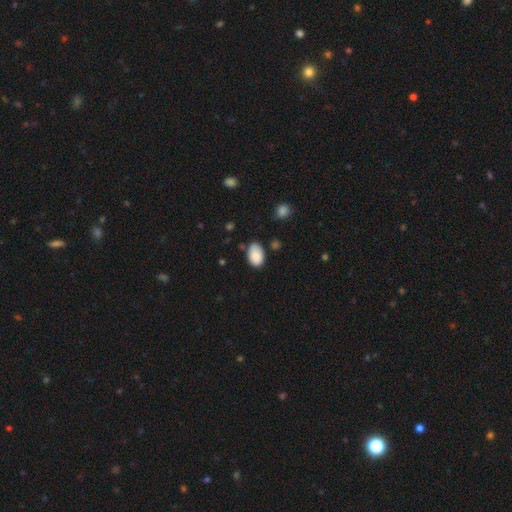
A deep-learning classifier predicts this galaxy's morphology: A smooth galaxy with no disk features (87%) that is in between round and cigar-shaped (89%).

Vote fractions:
- Smooth or featured? smooth: 87% / star or artifact: 7% / featured or disk: 6%
- How rounded? in between: 89% / round: 10% / cigar-shaped: 1%
- Merging? none: 68% / minor disturbance: 24% / major disturbance: 4% / merger: 4%